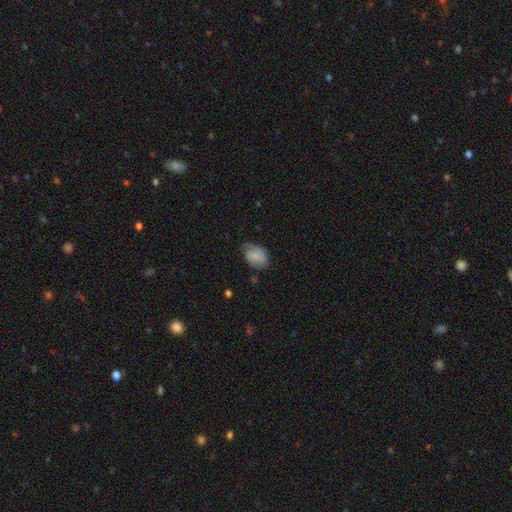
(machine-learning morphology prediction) A smooth galaxy with no disk features (55%) that is in between round and cigar-shaped (85%).

Vote fractions:
- Smooth or featured? smooth: 55% / featured or disk: 37% / star or artifact: 8%
- How rounded? in between: 85% / round: 14% / cigar-shaped: 1%
- Merging? none: 56% / minor disturbance: 31% / major disturbance: 11% / merger: 2%